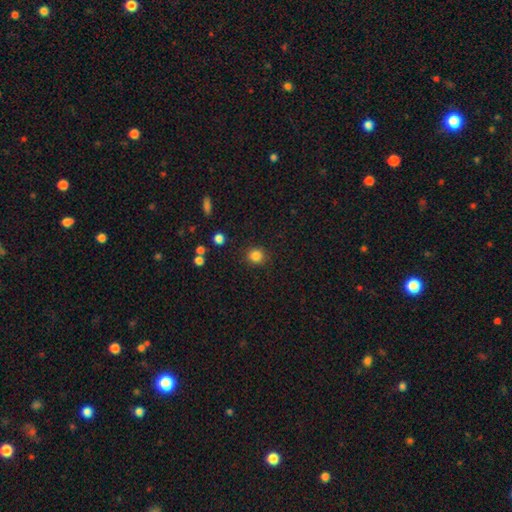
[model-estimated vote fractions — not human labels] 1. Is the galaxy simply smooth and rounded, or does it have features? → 84% smooth, 11% star or artifact, 4% featured or disk.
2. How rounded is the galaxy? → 88% round, 11% in between, 1% cigar-shaped.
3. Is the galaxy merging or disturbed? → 88% none, 8% minor disturbance, 3% major disturbance, 2% merger.